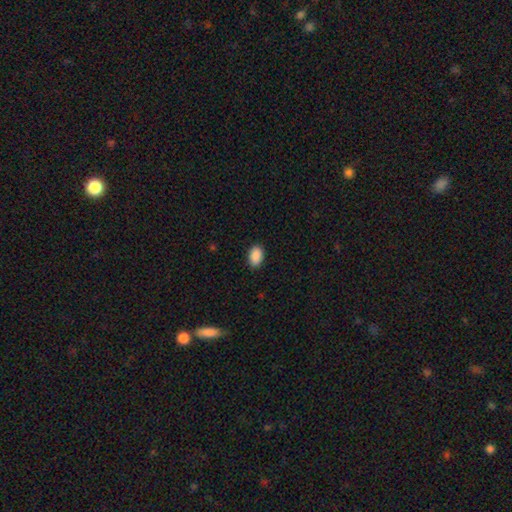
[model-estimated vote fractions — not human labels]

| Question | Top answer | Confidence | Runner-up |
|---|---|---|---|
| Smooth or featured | smooth | 90% | star or artifact (7%) |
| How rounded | in between | 91% | round (8%) |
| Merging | none | 89% | minor disturbance (8%) |